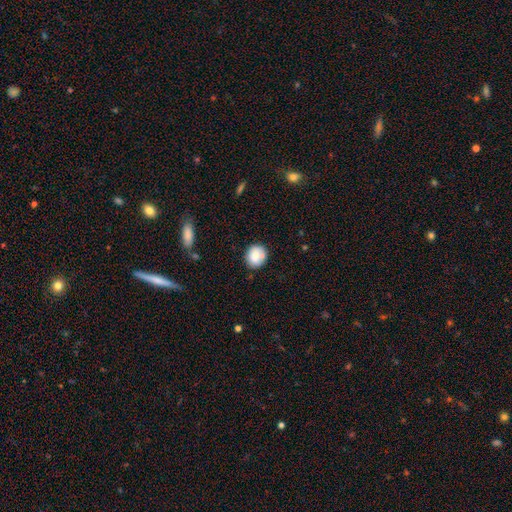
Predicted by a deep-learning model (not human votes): Smooth or featured: smooth — 80% (featured or disk — 12%)
How rounded: round — 77% (in between — 22%)
Merging: none — 70% (minor disturbance — 17%)